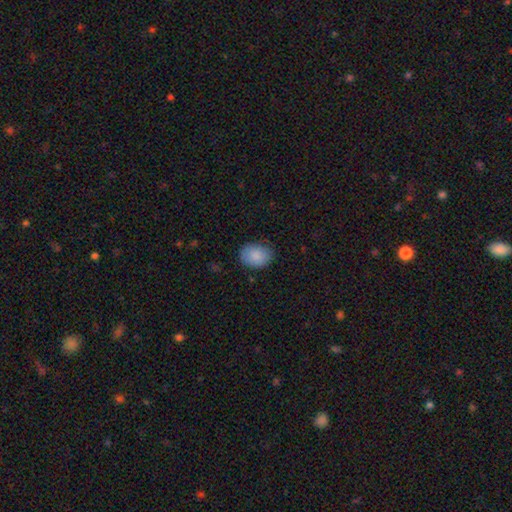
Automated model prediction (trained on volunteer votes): Smooth or featured: smooth — 87% (star or artifact — 7%)
How rounded: in between — 66% (round — 33%)
Merging: none — 80% (minor disturbance — 16%)